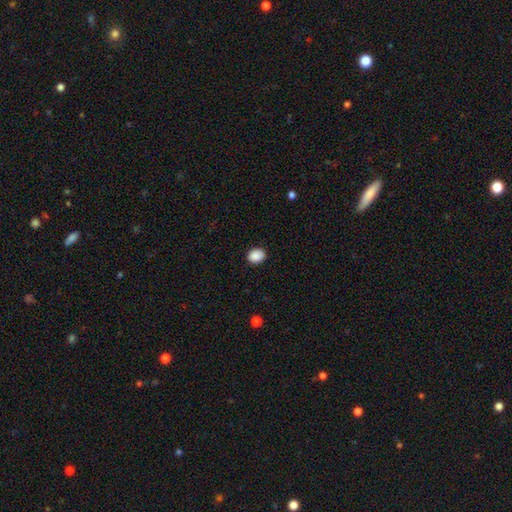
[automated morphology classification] Smooth or featured? Predicted: smooth (p=0.89). How rounded? Predicted: round (p=0.54). Merging? Predicted: none (p=0.88).